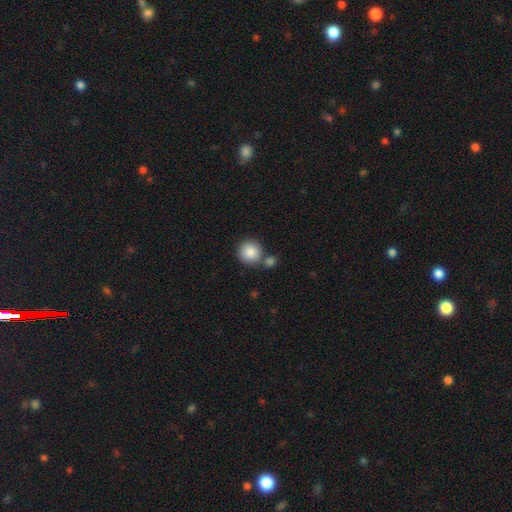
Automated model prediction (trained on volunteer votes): Morphology: type=smooth (80%); roundness=round (94%); merging=none (75%).